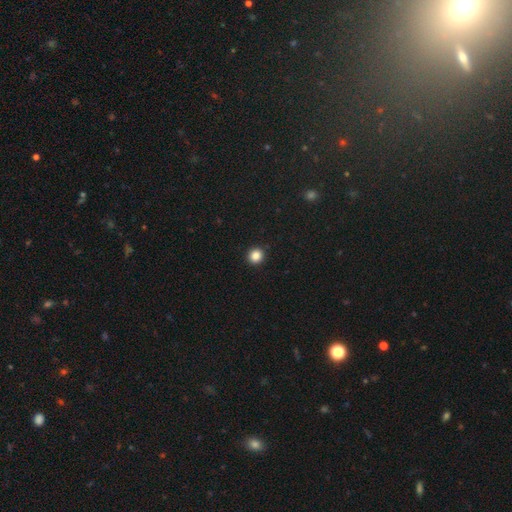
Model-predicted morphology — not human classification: The model was most divided on "smooth or featured": smooth: 86%, star or artifact: 11%, featured or disk: 3%. More confident: how rounded — round (93%); merging — none (93%).